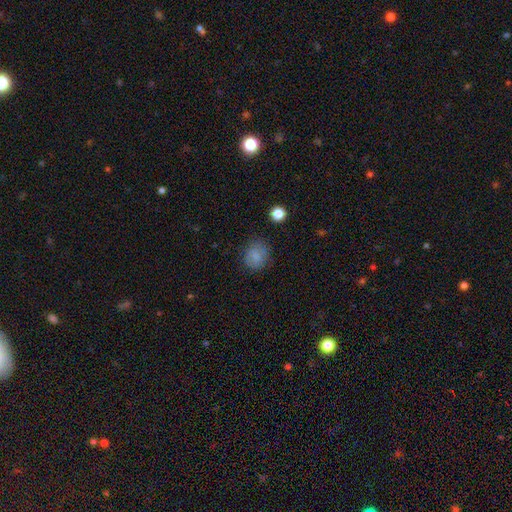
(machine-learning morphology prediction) smooth 81%, star or artifact 11%, featured or disk 7%. Down the decision tree: how rounded — round (69%); merging — none (78%).